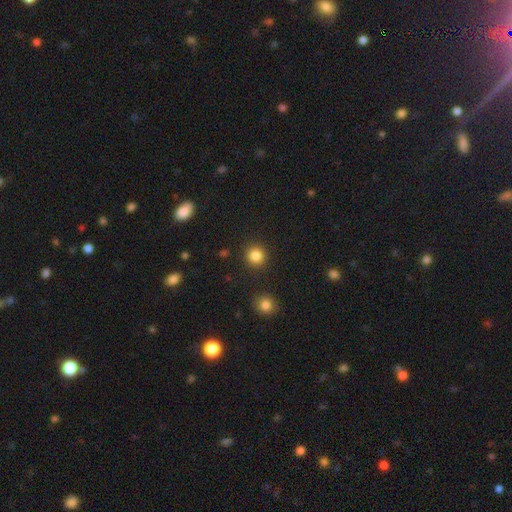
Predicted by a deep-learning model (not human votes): A smooth galaxy with no disk features (85%) that is round (92%).

Vote fractions:
- Smooth or featured? smooth: 85% / star or artifact: 11% / featured or disk: 4%
- How rounded? round: 92% / in between: 7% / cigar-shaped: 1%
- Merging? none: 90% / minor disturbance: 5% / major disturbance: 2% / merger: 2%